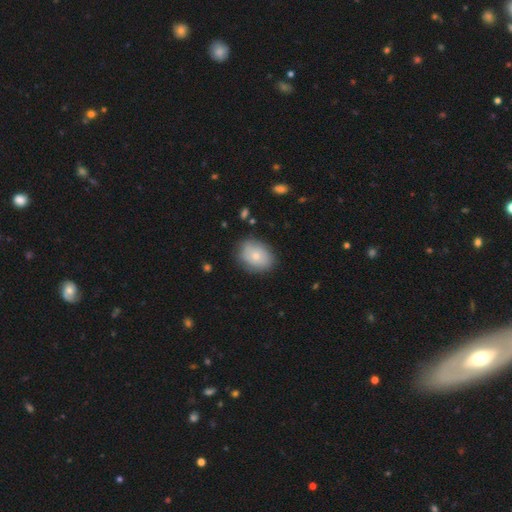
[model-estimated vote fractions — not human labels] A smooth galaxy with no disk features (71%) that is in between round and cigar-shaped (62%).

Vote fractions:
- Smooth or featured? smooth: 71% / featured or disk: 22% / star or artifact: 8%
- How rounded? in between: 62% / round: 37% / cigar-shaped: 1%
- Merging? none: 78% / minor disturbance: 16% / major disturbance: 4% / merger: 1%